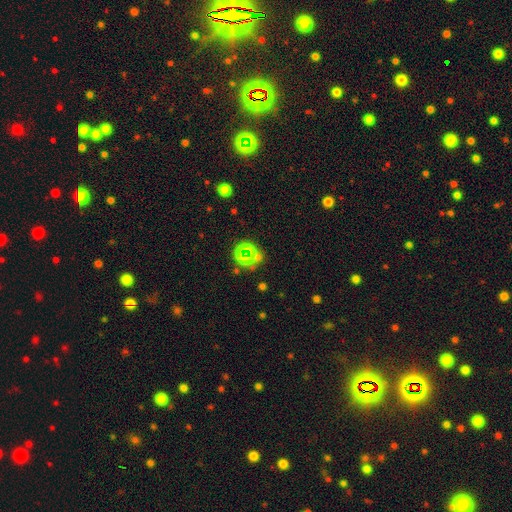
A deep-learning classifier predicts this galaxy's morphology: A star or artifact, not a galaxy (65%).